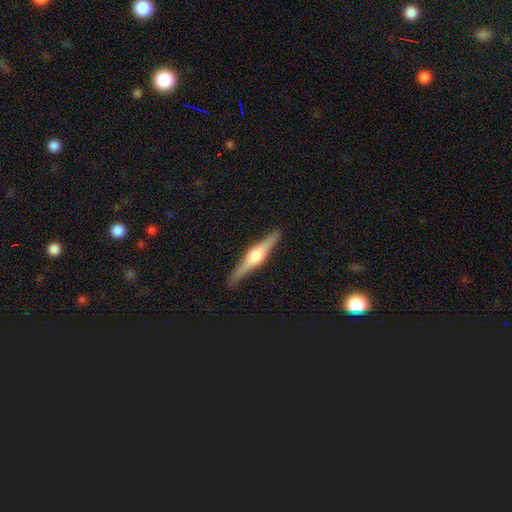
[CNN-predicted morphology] The model was most divided on "smooth or featured": featured or disk: 79%, smooth: 16%, star or artifact: 5%. More confident: edge-on disk — yes (98%); edge-on bulge — rounded (92%); merging — none (90%).